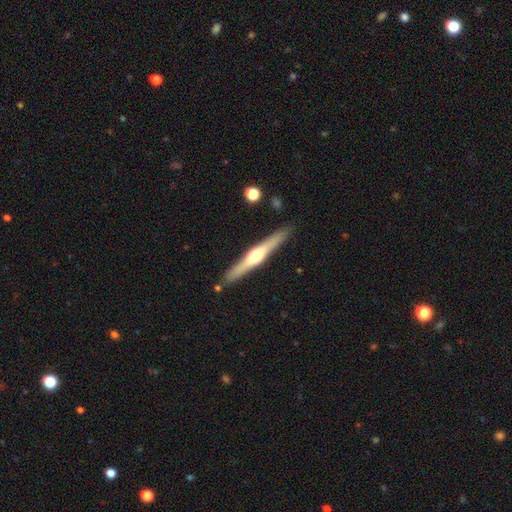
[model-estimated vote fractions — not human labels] Smooth or featured: featured or disk — 69% (smooth — 26%)
Edge-on disk: yes — 97% (no — 3%)
Edge-on bulge: rounded — 91% (boxy — 5%)
Merging: none — 88% (minor disturbance — 8%)